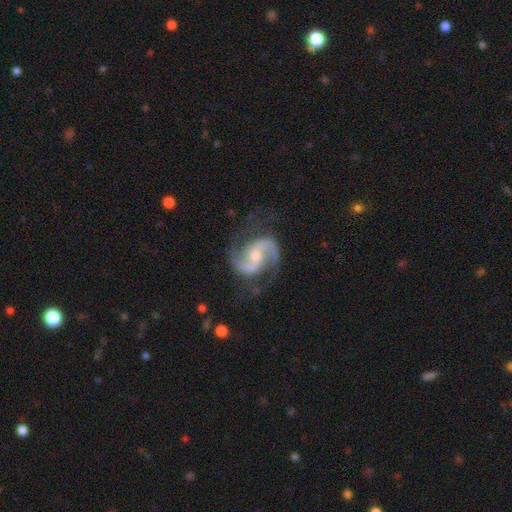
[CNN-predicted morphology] This is clearly a featured or disk galaxy (92%). It is clearly not viewed edge-on (98%). Bar: marginally weak (42%). Spiral arm pattern: clearly yes (98%). Spiral arm count: clearly 2 (93%). Spiral winding: possibly medium (58%). Central bulge: possibly moderate (52%). Merging: likely none (75%).